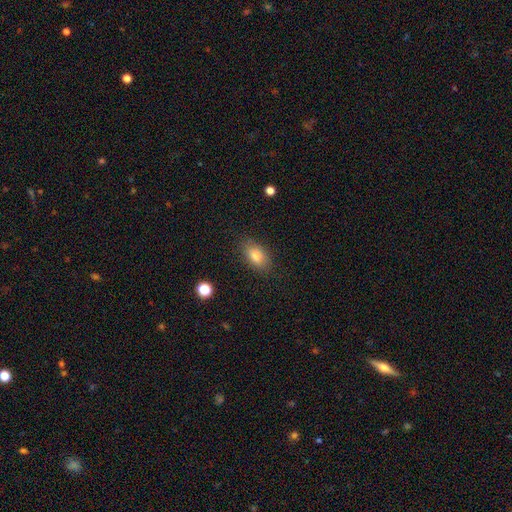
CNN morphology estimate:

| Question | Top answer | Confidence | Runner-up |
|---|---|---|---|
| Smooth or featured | smooth | 80% | featured or disk (11%) |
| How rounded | in between | 88% | round (8%) |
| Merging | none | 83% | minor disturbance (13%) |